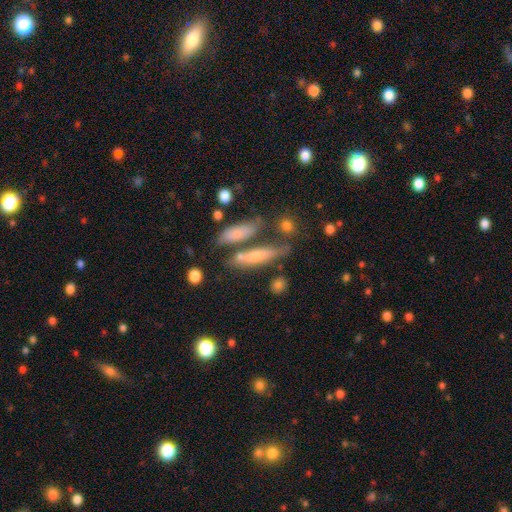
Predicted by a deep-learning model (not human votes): This is possibly a smooth galaxy (56%). How rounded: likely cigar-shaped (73%). Merging: possibly none (59%).